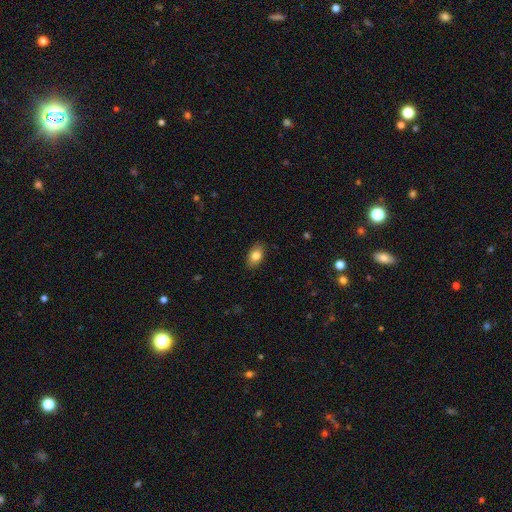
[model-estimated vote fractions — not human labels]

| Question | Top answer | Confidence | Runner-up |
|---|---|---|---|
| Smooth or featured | smooth | 82% | featured or disk (10%) |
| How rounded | in between | 90% | round (8%) |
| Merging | none | 88% | minor disturbance (9%) |